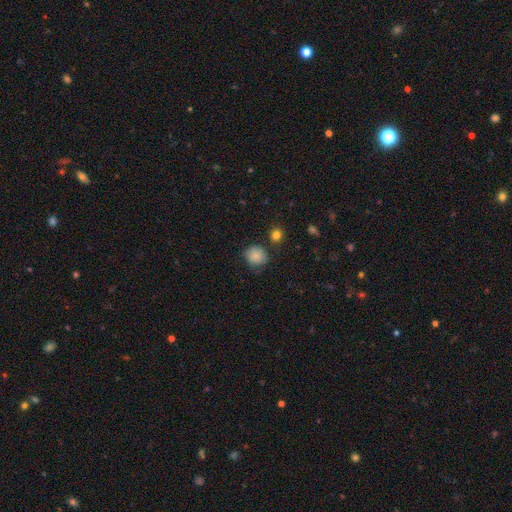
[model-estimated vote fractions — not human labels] Smooth or featured?
  - smooth: 84% *
  - star or artifact: 10%
  - featured or disk: 6%
How rounded?
  - round: 85% *
  - in between: 14%
  - cigar-shaped: 1%
Merging?
  - none: 73% *
  - minor disturbance: 19%
  - major disturbance: 4%
  - merger: 4%